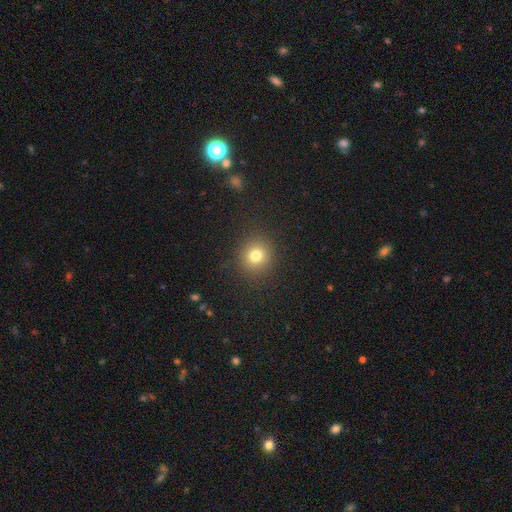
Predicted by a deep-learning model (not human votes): Smooth or featured? smooth (77%)
How rounded? round (89%)
Merging? none (89%)